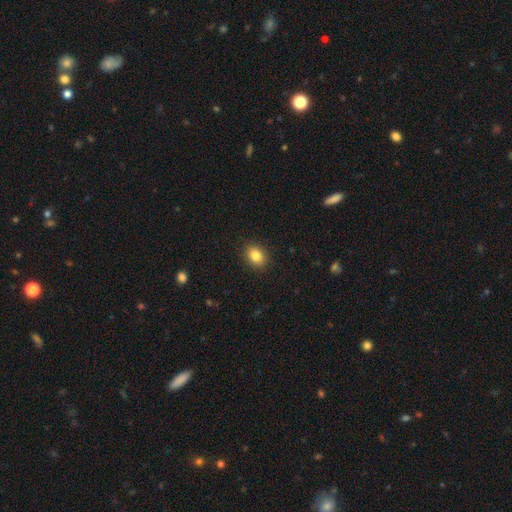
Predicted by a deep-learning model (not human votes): Q: Smooth or featured?
A: smooth (85%); runner-up: star or artifact (10%)
Q: How rounded?
A: in between (63%); runner-up: round (36%)
Q: Merging?
A: none (90%); runner-up: minor disturbance (7%)